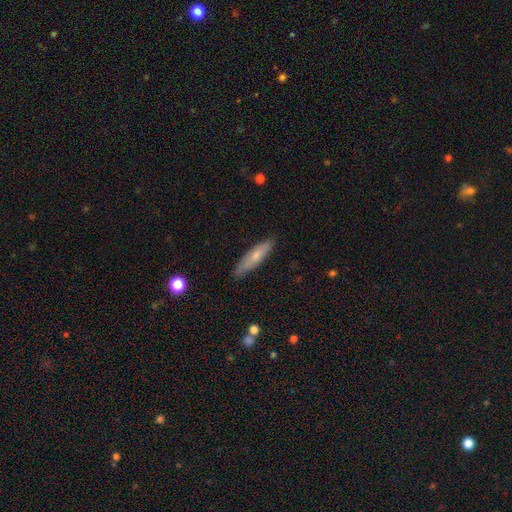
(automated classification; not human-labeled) This is likely a smooth galaxy (64%). How rounded: likely cigar-shaped (71%). Merging: clearly none (84%).